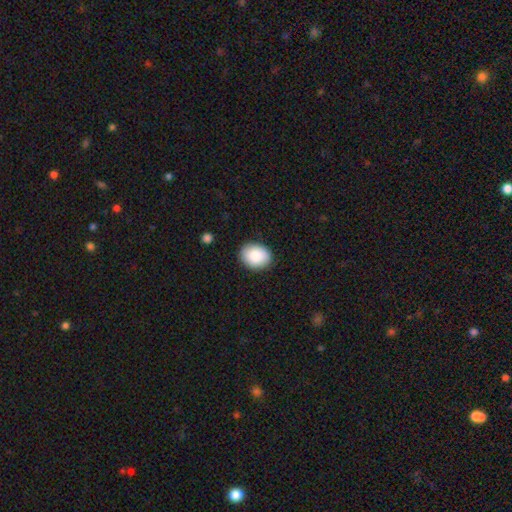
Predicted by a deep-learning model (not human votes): Smooth or featured?
  - smooth: 88% *
  - star or artifact: 7%
  - featured or disk: 5%
How rounded?
  - in between: 58% *
  - round: 41%
  - cigar-shaped: 1%
Merging?
  - none: 87% *
  - minor disturbance: 10%
  - major disturbance: 2%
  - merger: 1%